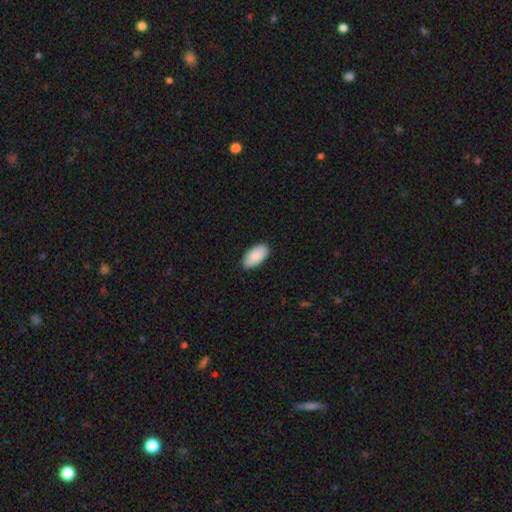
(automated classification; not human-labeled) Smooth or featured? Predicted: smooth (p=0.90). How rounded? Predicted: in between (p=0.95). Merging? Predicted: none (p=0.87).